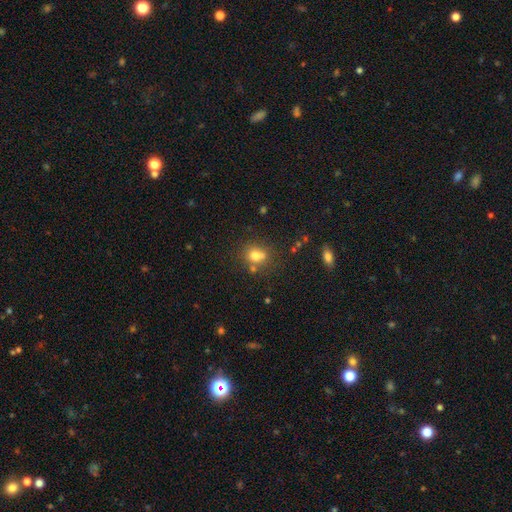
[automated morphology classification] Q: Smooth or featured?
A: smooth (72%); runner-up: star or artifact (15%)
Q: How rounded?
A: round (64%); runner-up: in between (34%)
Q: Merging?
A: none (53%); runner-up: merger (28%)